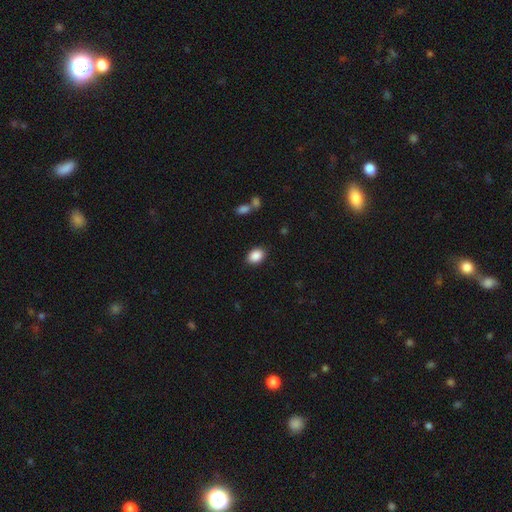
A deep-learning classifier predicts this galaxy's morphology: Smooth or featured: smooth — 89% (star or artifact — 7%)
How rounded: in between — 81% (round — 18%)
Merging: none — 87% (minor disturbance — 9%)